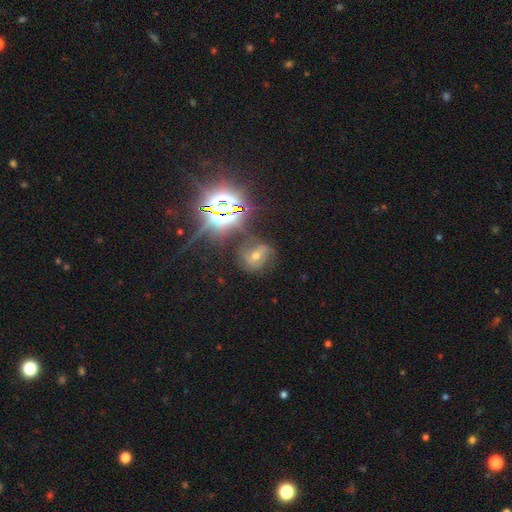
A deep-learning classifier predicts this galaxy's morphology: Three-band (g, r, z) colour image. It shows a featured or disk galaxy (48%). Merging: none (67%).